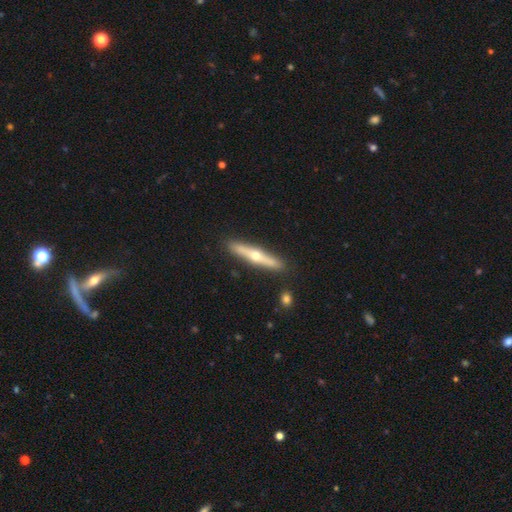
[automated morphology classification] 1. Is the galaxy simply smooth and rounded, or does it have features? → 65% featured or disk, 30% smooth, 5% star or artifact.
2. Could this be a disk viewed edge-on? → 94% yes, 6% no.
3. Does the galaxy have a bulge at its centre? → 91% rounded, 7% none, 2% boxy.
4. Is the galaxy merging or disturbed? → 90% none, 7% minor disturbance, 2% merger, 2% major disturbance.